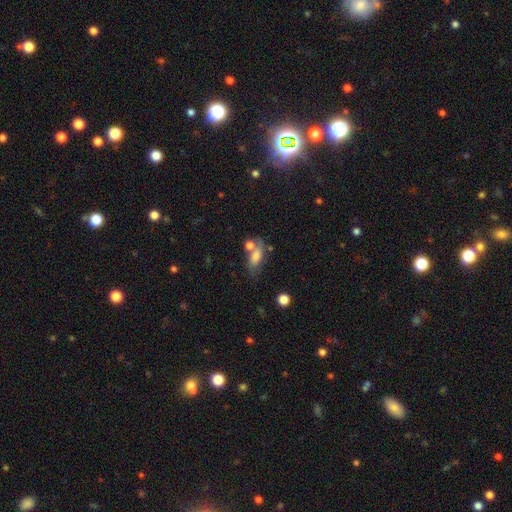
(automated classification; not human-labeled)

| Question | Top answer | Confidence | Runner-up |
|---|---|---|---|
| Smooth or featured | smooth | 71% | featured or disk (19%) |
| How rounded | in between | 79% | cigar-shaped (13%) |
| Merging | none | 42% | merger (29%) |